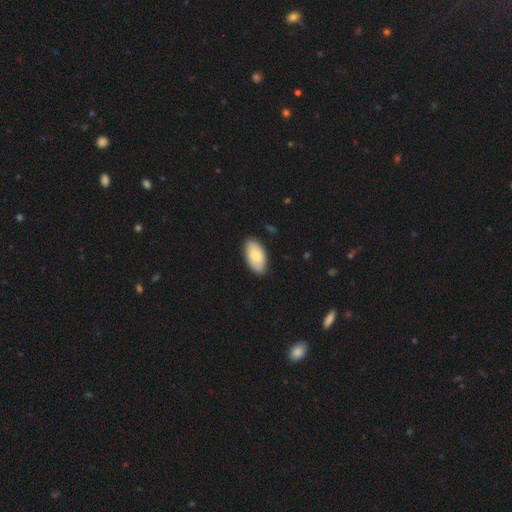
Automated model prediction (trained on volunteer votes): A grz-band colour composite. It shows a smooth galaxy with no disk features (77%) that is in between round and cigar-shaped (95%). Merging: none (86%).